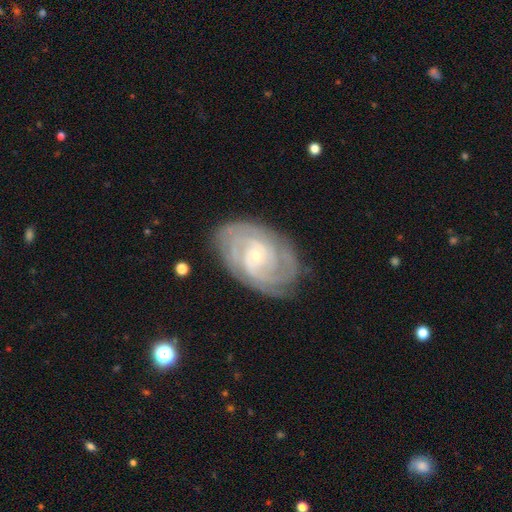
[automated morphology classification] This is clearly a featured or disk galaxy (87%). It is clearly not viewed edge-on (97%). Bar: likely no (67%). Spiral arm pattern: clearly yes (96%). Spiral arm count: marginally can't tell (28%). Spiral winding: likely tight (76%). Central bulge: clearly small (80%). Merging: likely none (79%).